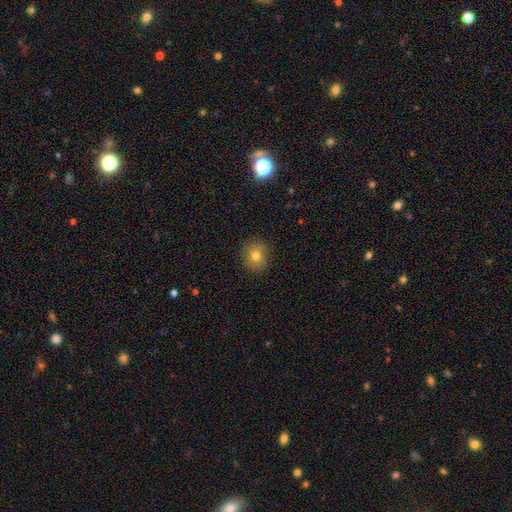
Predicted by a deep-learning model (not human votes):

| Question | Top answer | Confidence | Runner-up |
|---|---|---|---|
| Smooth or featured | smooth | 76% | featured or disk (12%) |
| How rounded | round | 70% | in between (29%) |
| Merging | none | 88% | minor disturbance (9%) |